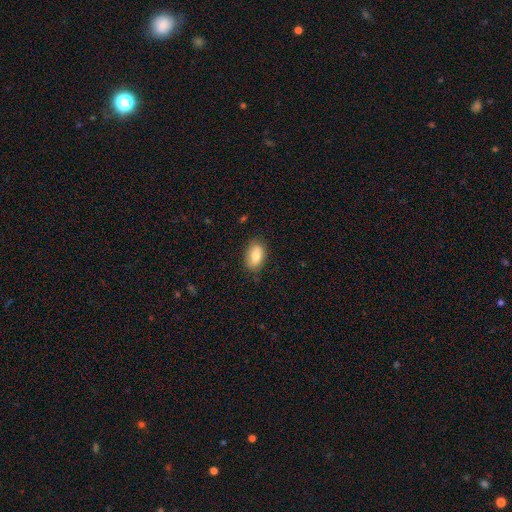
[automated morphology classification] Q: Smooth or featured?
A: smooth (80%); runner-up: featured or disk (13%)
Q: How rounded?
A: in between (91%); runner-up: round (7%)
Q: Merging?
A: none (80%); runner-up: minor disturbance (16%)